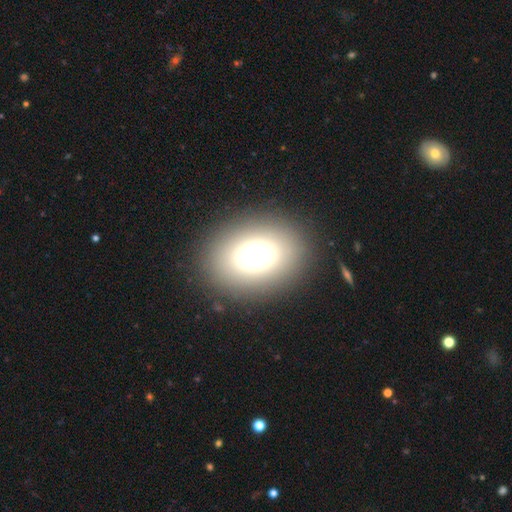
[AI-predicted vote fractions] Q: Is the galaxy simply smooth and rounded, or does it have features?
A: smooth — 69%.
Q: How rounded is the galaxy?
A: in between — 62%.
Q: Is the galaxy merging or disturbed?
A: none — 87%.